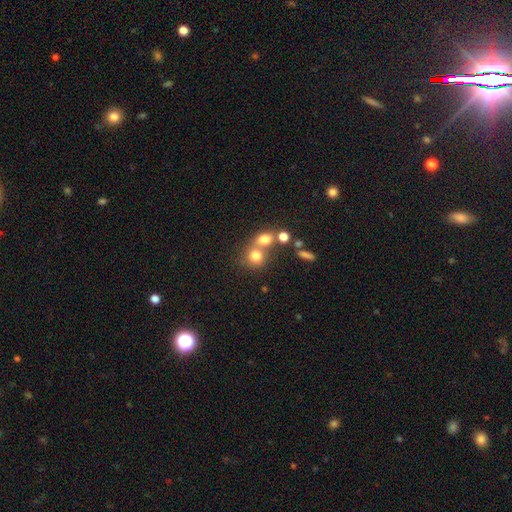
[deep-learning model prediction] The model was most divided on "merging": merger: 48%, none: 40%, minor disturbance: 7%, major disturbance: 4%. More confident: how rounded — round (78%); smooth or featured — smooth (75%).